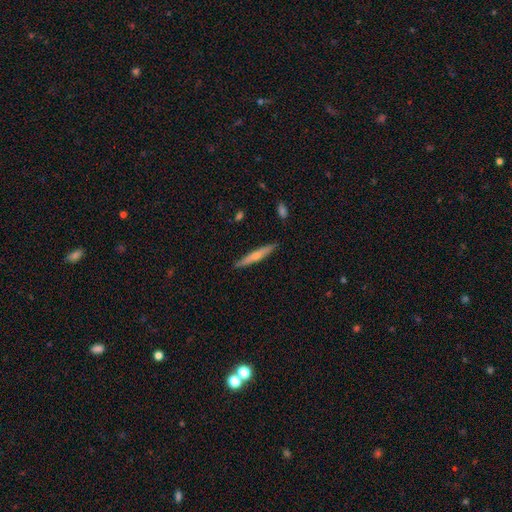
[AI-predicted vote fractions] Q: Smooth or featured?
A: featured or disk (49%); runner-up: smooth (45%)
Q: Merging?
A: none (89%); runner-up: minor disturbance (8%)